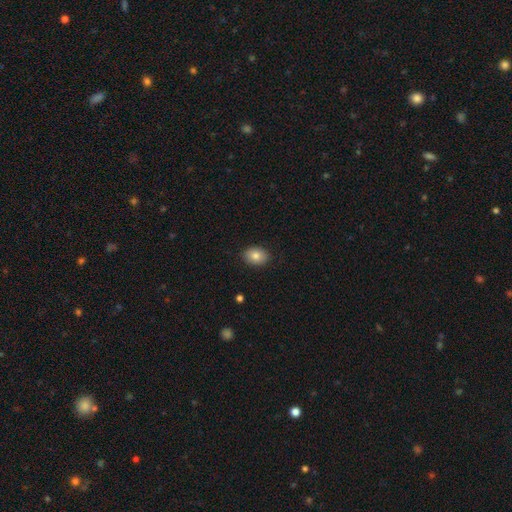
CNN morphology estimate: A smooth galaxy with no disk features (82%) that is in between round and cigar-shaped (72%).

Vote fractions:
- Smooth or featured? smooth: 82% / featured or disk: 9% / star or artifact: 8%
- How rounded? in between: 72% / round: 27% / cigar-shaped: 1%
- Merging? none: 89% / minor disturbance: 8% / major disturbance: 2% / merger: 1%